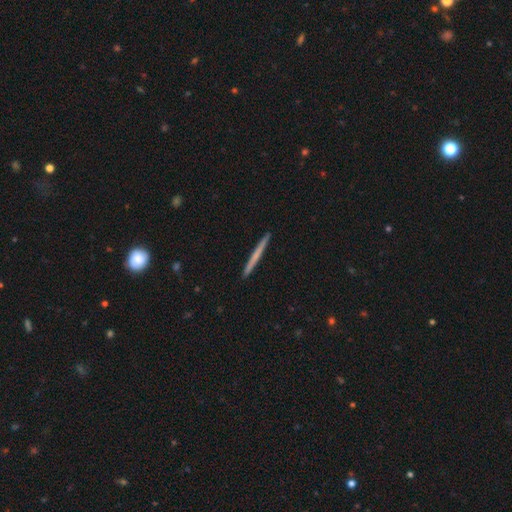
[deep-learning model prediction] This appears to be a smooth galaxy with no disk features (52%) that is cigar-shaped (97%). Merging: none (94%).